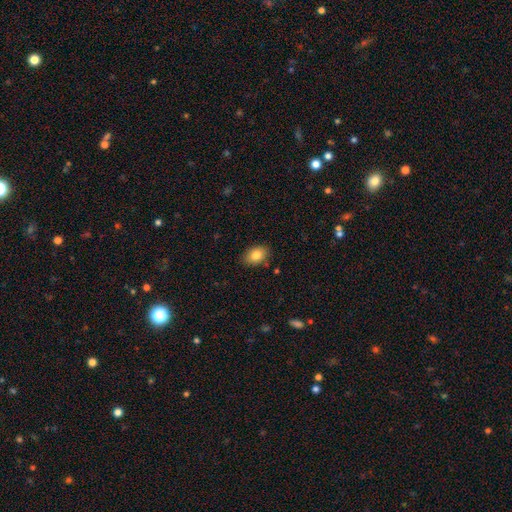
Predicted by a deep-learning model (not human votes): A smooth galaxy with no disk features (83%) that is in between round and cigar-shaped (81%).

Vote fractions:
- Smooth or featured? smooth: 83% / featured or disk: 9% / star or artifact: 8%
- How rounded? in between: 81% / round: 18% / cigar-shaped: 1%
- Merging? none: 85% / minor disturbance: 11% / major disturbance: 2% / merger: 2%